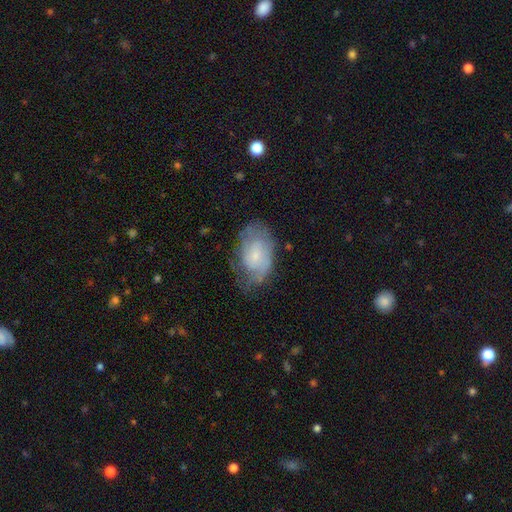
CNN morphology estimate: Smooth or featured? featured or disk (55%)
Edge-on disk? no (95%)
Bar? no (71%)
Spiral arms? yes (75%)
Bulge size? small (69%)
Merging? none (59%)